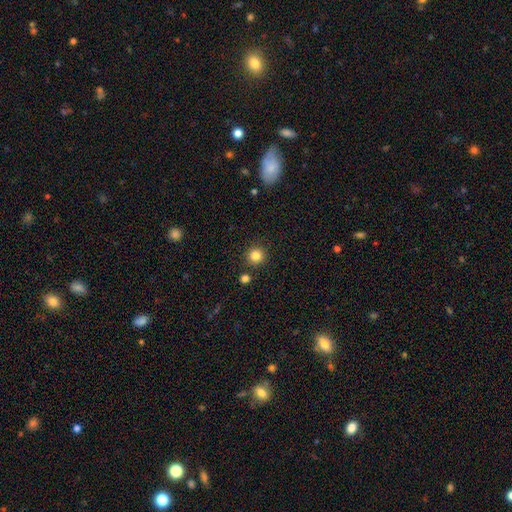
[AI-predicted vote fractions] This is clearly a smooth galaxy (83%). How rounded: clearly round (95%). Merging: clearly none (88%).